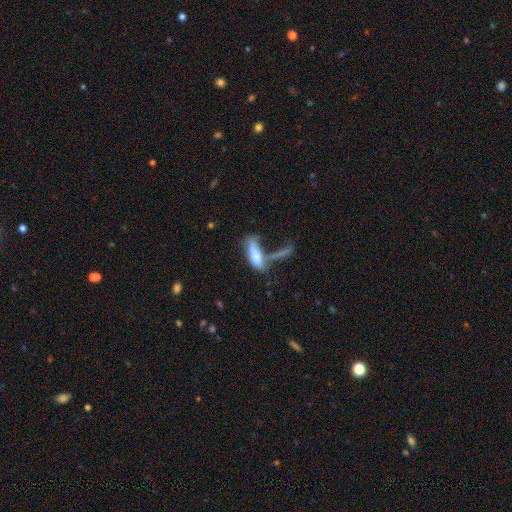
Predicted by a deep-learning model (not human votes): A smooth galaxy with no disk features (71%) that is in between round and cigar-shaped (56%).

Vote fractions:
- Smooth or featured? smooth: 71% / featured or disk: 20% / star or artifact: 9%
- How rounded? in between: 56% / cigar-shaped: 41% / round: 2%
- Merging? merger: 39% / major disturbance: 24% / none: 22% / minor disturbance: 14%